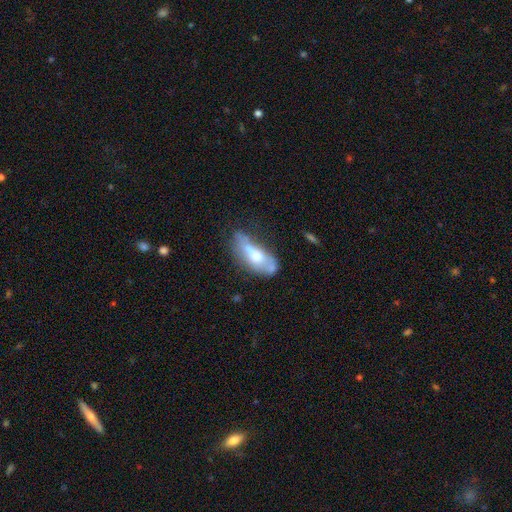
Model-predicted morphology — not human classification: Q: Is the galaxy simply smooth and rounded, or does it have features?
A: smooth — 49%.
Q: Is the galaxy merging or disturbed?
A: none — 28%.